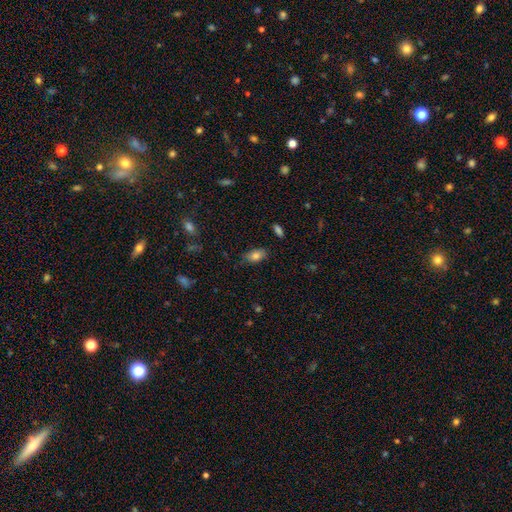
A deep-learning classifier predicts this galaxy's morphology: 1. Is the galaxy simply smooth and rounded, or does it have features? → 81% smooth, 10% featured or disk, 9% star or artifact.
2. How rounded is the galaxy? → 90% in between, 6% round, 4% cigar-shaped.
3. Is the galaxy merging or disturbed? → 79% none, 16% minor disturbance, 3% major disturbance, 2% merger.